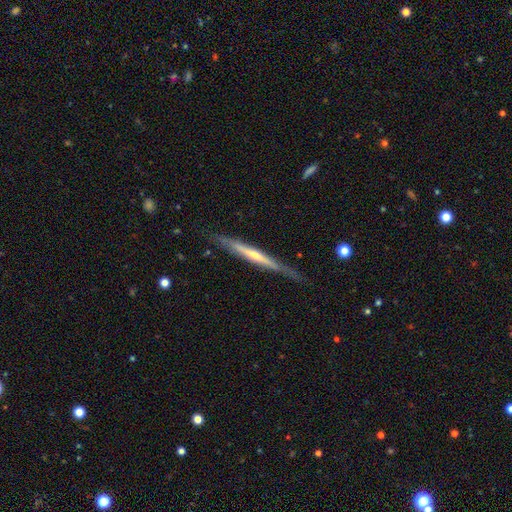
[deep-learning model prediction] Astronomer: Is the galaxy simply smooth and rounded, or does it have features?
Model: featured or disk — 67%.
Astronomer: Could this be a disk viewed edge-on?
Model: yes — 96%.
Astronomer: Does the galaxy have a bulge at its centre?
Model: none — 46% (runner-up: rounded, 45%).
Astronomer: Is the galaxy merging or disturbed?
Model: none — 79%.